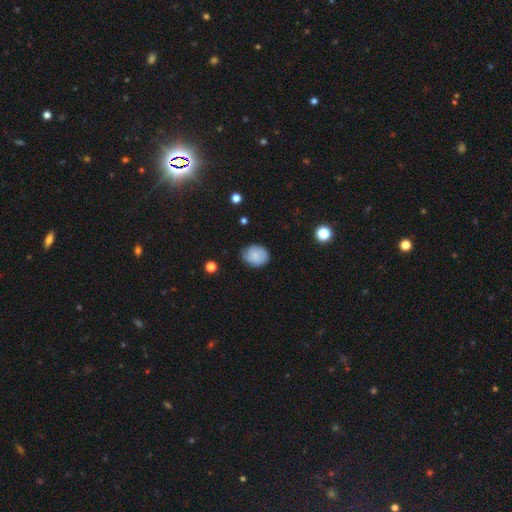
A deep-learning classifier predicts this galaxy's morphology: smooth_or_featured: smooth (p=0.76) [alt: featured or disk p=0.16]
how_rounded: round (p=0.60) [alt: in between p=0.39]
merging: none (p=0.76) [alt: minor disturbance p=0.20]